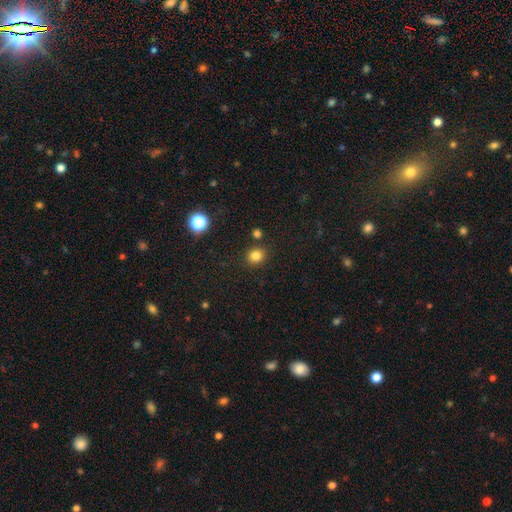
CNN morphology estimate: smooth_or_featured: smooth (p=0.82) [alt: star or artifact p=0.14]
how_rounded: round (p=0.76) [alt: in between p=0.23]
merging: none (p=0.85) [alt: minor disturbance p=0.08]